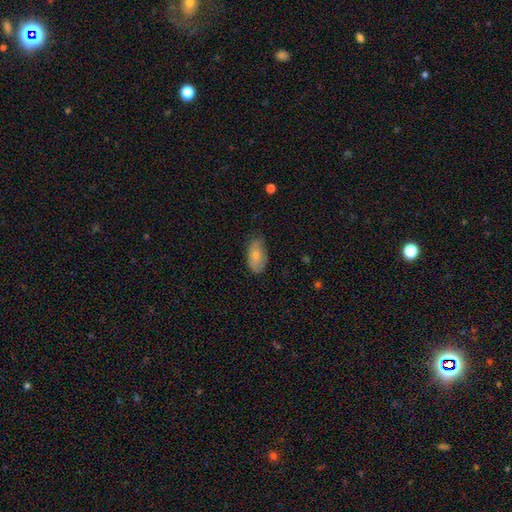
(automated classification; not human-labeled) smooth-or-featured: smooth: 76% | featured or disk: 17% | star or artifact: 7%
  how-rounded: in between: 93% | round: 4% | cigar-shaped: 3%
  merging: none: 65% | minor disturbance: 29% | major disturbance: 5% | merger: 1%